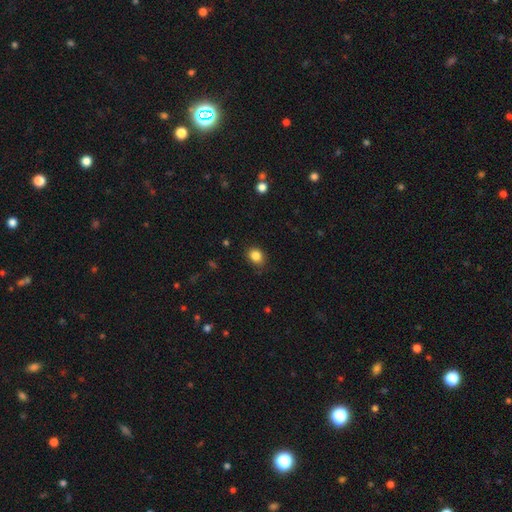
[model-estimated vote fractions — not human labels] Smooth or featured?
  - smooth: 85% *
  - star or artifact: 10%
  - featured or disk: 4%
How rounded?
  - round: 53% *
  - in between: 46%
  - cigar-shaped: 1%
Merging?
  - none: 83% *
  - minor disturbance: 13%
  - major disturbance: 3%
  - merger: 1%